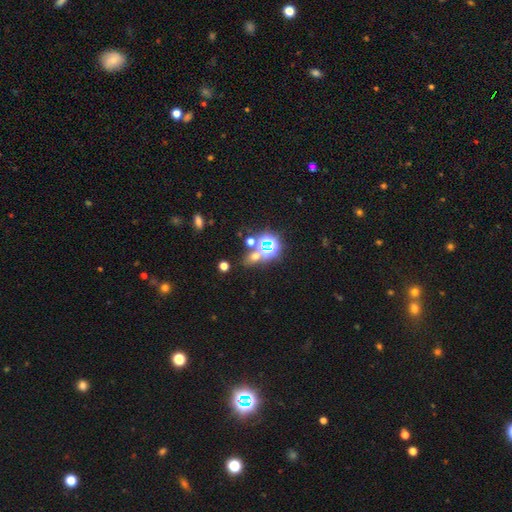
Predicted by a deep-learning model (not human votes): Smooth or featured? star or artifact (51%)